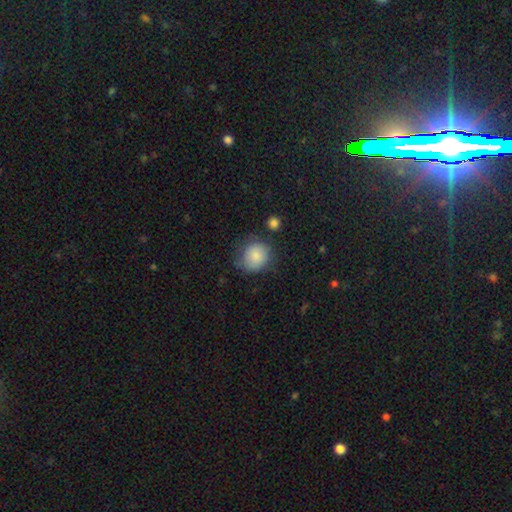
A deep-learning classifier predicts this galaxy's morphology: This appears to be a smooth galaxy with no disk features (85%) that is round (79%). Merging: none (68%).